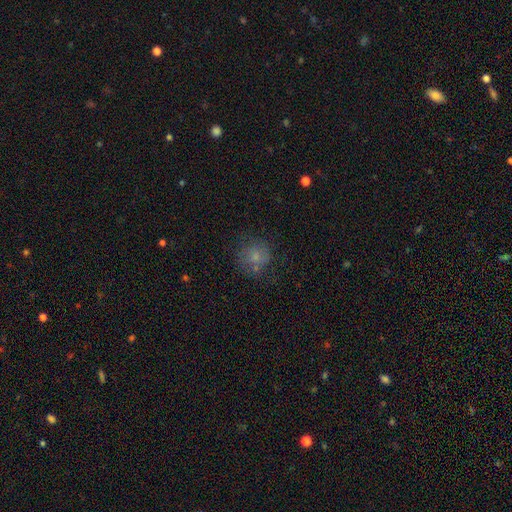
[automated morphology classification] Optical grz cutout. It shows a smooth galaxy with no disk features (63%) that is round (84%). Merging: none (64%).